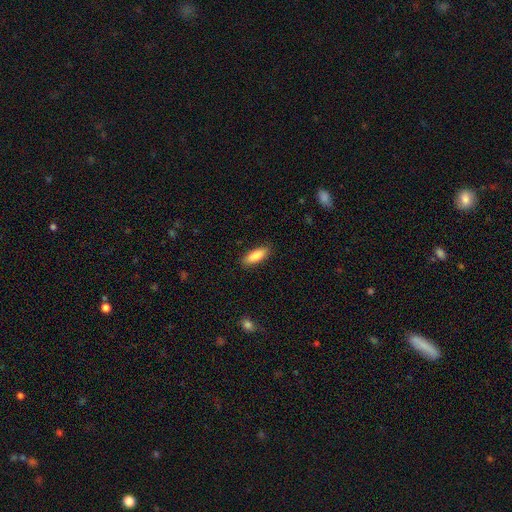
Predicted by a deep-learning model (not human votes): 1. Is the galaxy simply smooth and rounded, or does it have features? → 87% smooth, 7% featured or disk, 6% star or artifact.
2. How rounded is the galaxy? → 66% in between, 32% cigar-shaped, 2% round.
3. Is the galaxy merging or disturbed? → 88% none, 9% minor disturbance, 2% major disturbance, 1% merger.